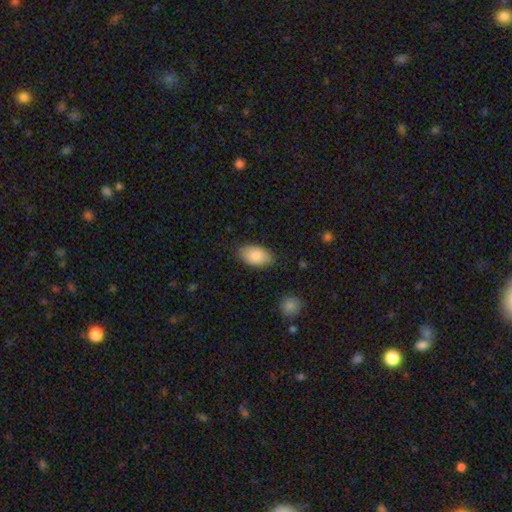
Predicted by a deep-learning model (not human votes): The model was most divided on "merging": none: 80%, minor disturbance: 15%, major disturbance: 3%, merger: 1%. More confident: how rounded — in between (94%); smooth or featured — smooth (85%).